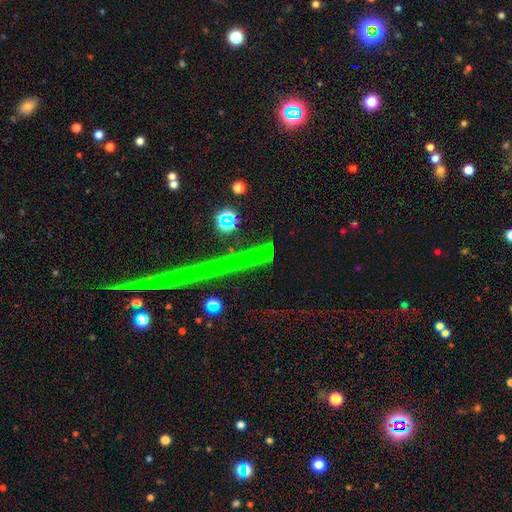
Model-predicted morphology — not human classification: Q: Smooth or featured?
A: featured or disk (46%); runner-up: star or artifact (37%)
Q: Merging?
A: none (89%); runner-up: minor disturbance (6%)